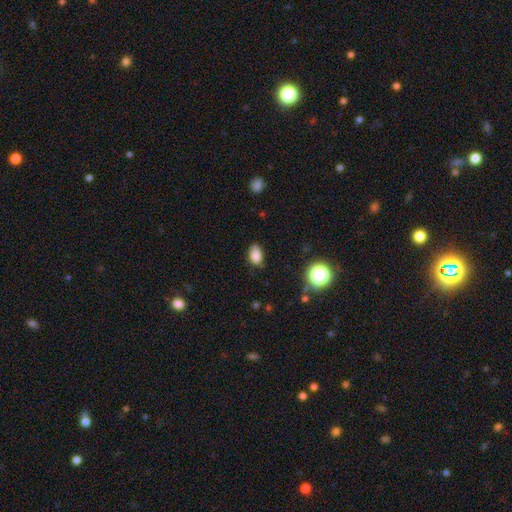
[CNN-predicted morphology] smooth 84%, star or artifact 11%, featured or disk 5%. Down the decision tree: how rounded — in between (87%); merging — none (74%).